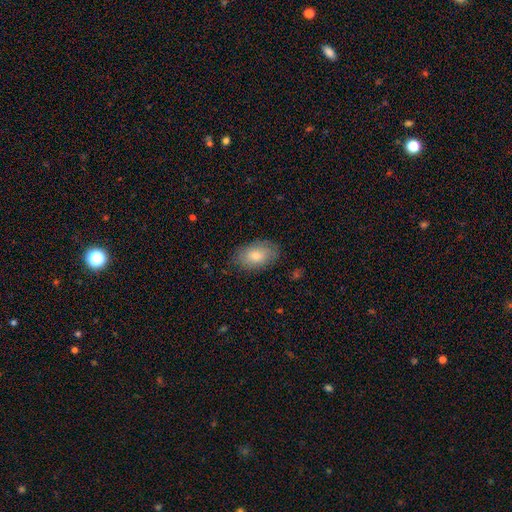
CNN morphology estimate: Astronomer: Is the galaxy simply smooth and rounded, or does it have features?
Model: smooth — 75%.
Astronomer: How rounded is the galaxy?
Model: in between — 91%.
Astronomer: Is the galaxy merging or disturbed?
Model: none — 83%.